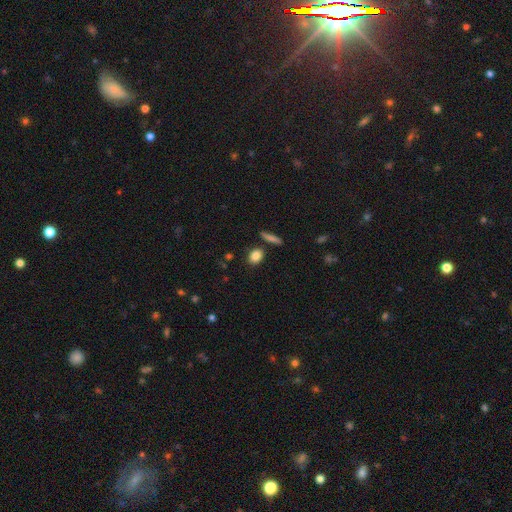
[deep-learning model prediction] Overall: smooth (86%). How rounded: in between (56%; round 39%). Merging: none (82%).